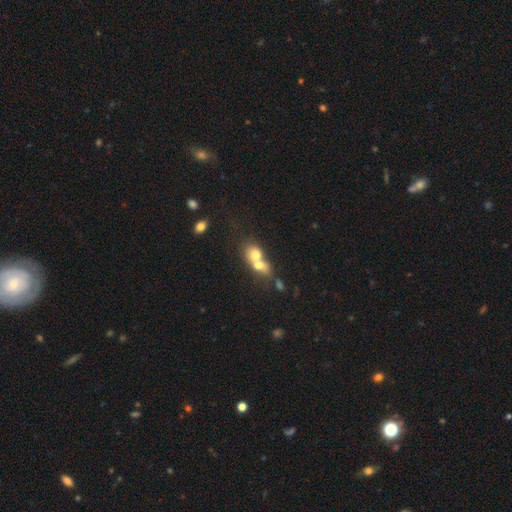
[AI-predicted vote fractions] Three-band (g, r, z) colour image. It shows a smooth galaxy with no disk features (67%) that is in between round and cigar-shaped (49%). Merging: merger (74%).